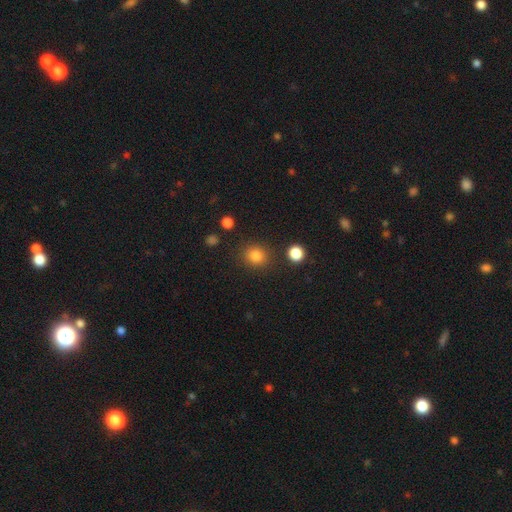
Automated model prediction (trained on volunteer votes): smooth_or_featured: smooth (p=0.84) [alt: star or artifact p=0.11]
how_rounded: round (p=0.81) [alt: in between p=0.18]
merging: none (p=0.86) [alt: minor disturbance p=0.08]